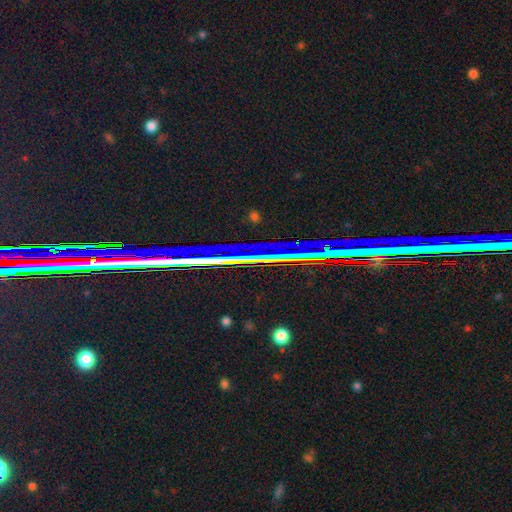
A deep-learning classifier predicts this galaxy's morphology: This is clearly a star or artifact rather than a galaxy (82%).